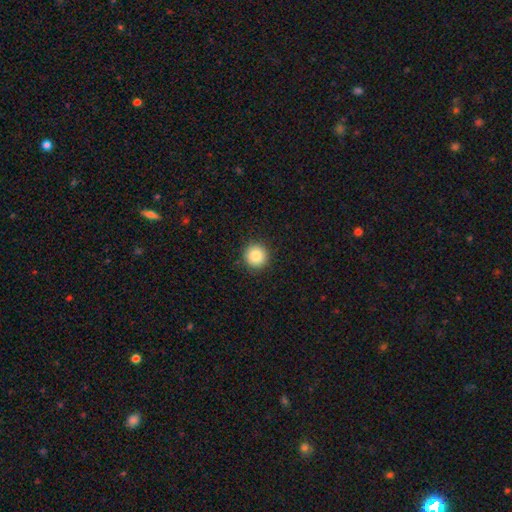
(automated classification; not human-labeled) This appears to be a smooth galaxy with no disk features (86%) that is round (94%). Merging: none (92%).